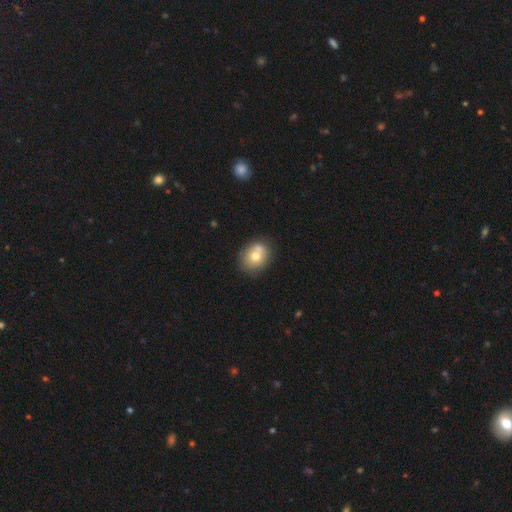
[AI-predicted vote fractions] smooth 69%, featured or disk 21%, star or artifact 10%. Down the decision tree: how rounded — round (63%); merging — none (56%).